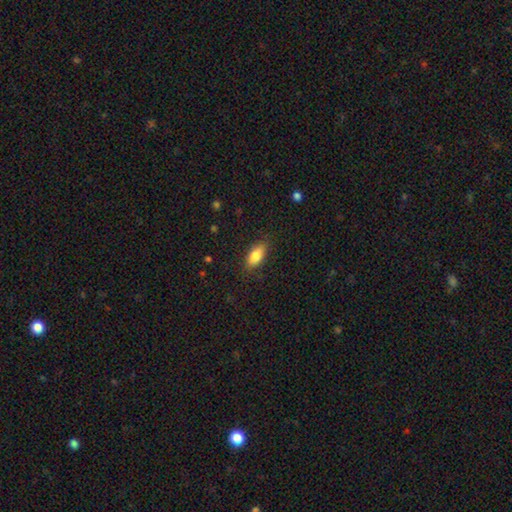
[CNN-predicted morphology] A smooth galaxy with no disk features (84%) that is in between round and cigar-shaped (87%). Merging: none (83%).